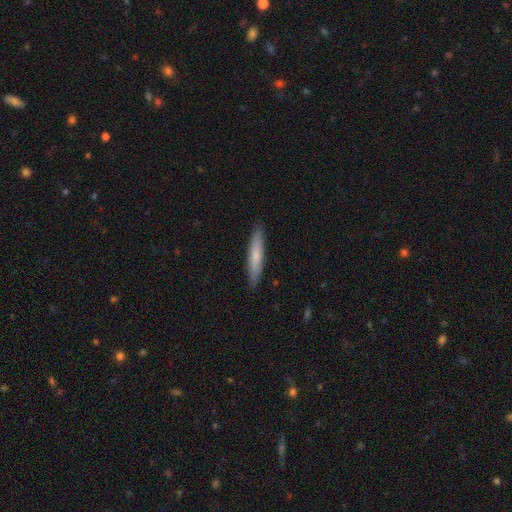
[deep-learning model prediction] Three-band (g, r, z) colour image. It shows a smooth galaxy with no disk features (68%) that is cigar-shaped (92%). Merging: none (91%).